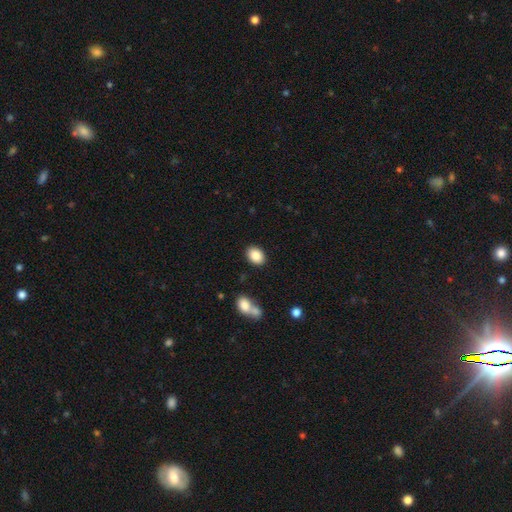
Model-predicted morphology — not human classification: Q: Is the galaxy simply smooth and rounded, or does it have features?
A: smooth — 87%.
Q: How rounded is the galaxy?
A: in between — 71%.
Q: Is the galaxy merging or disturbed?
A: none — 87%.